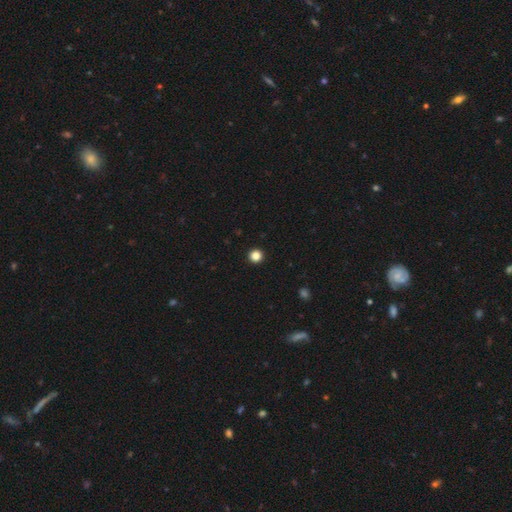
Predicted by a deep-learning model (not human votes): smooth 85%, star or artifact 12%, featured or disk 3%. Down the decision tree: how rounded — round (96%); merging — none (94%).